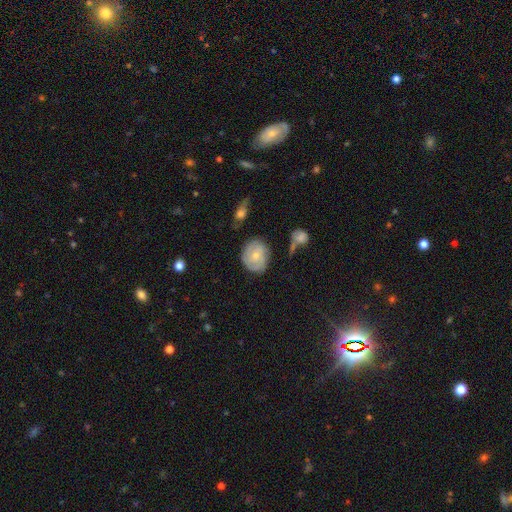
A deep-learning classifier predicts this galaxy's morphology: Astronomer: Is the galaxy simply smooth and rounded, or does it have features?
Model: featured or disk — 59% (runner-up: smooth, 35%).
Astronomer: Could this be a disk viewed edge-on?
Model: no — 97%.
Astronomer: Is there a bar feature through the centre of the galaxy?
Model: no — 76%.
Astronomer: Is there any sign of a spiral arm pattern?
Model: yes — 83%.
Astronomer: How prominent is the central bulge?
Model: small — 62%.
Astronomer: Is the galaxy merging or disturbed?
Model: none — 66%.